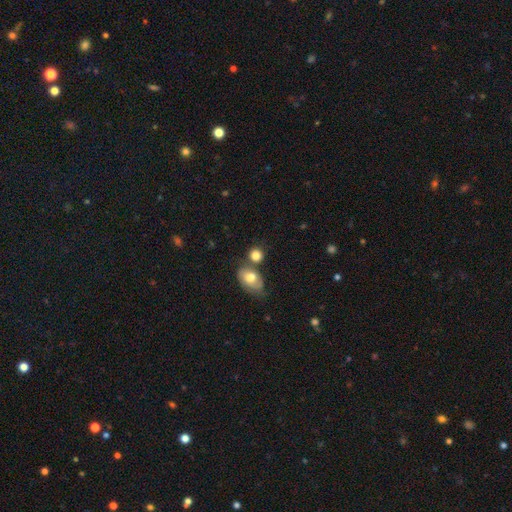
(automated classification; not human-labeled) Smooth or featured: smooth — 81% (featured or disk — 10%)
How rounded: round — 68% (in between — 30%)
Merging: none — 55% (merger — 27%)